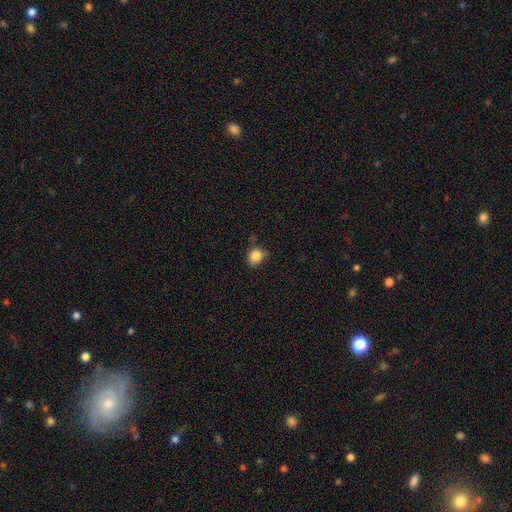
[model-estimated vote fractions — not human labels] Smooth or featured: smooth — 85% (star or artifact — 10%)
How rounded: round — 66% (in between — 33%)
Merging: none — 64% (minor disturbance — 27%)